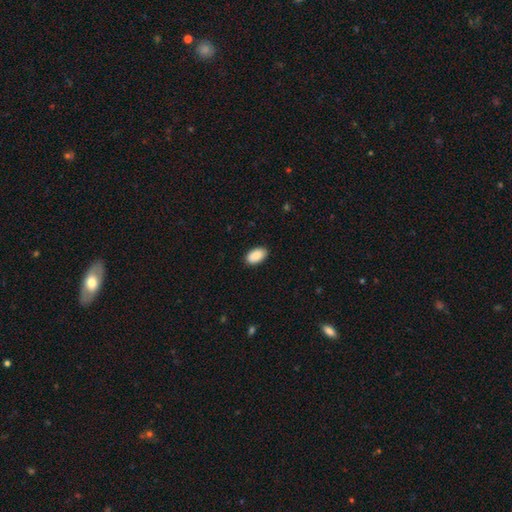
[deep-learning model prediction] Smooth or featured? smooth (90%)
How rounded? in between (95%)
Merging? none (88%)